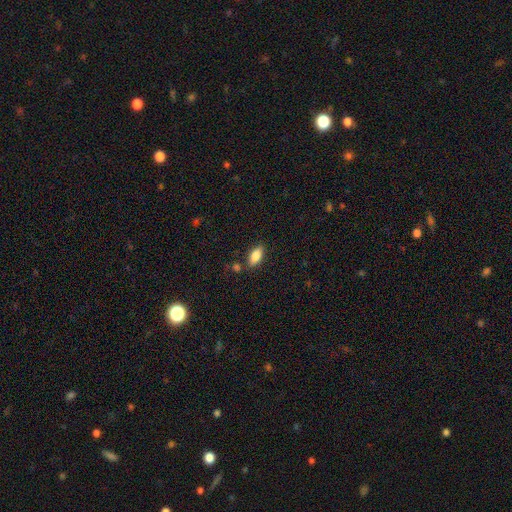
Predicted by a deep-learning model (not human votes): Morphology: type=smooth (82%); roundness=in between (88%); merging=none (80%).